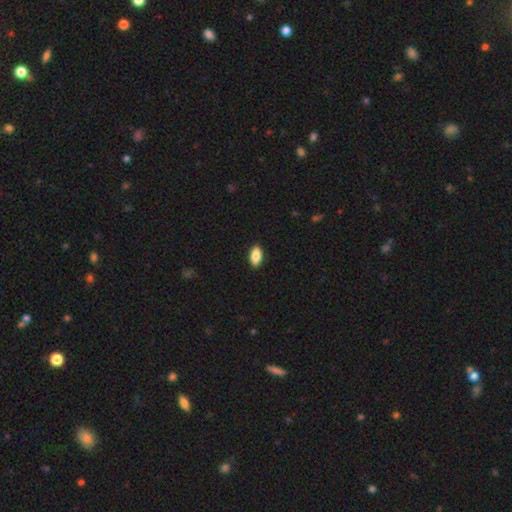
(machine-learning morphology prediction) smooth_or_featured: smooth (p=0.83) [alt: featured or disk p=0.10]
how_rounded: in between (p=0.90) [alt: cigar-shaped p=0.07]
merging: none (p=0.90) [alt: minor disturbance p=0.08]